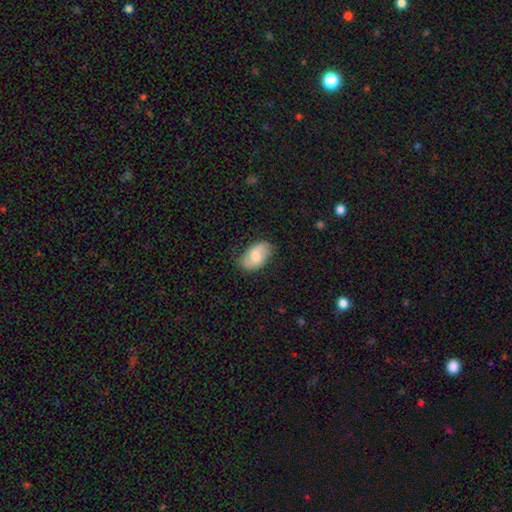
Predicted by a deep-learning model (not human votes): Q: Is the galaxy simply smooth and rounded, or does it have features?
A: smooth — 52%.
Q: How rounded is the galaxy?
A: in between — 91%.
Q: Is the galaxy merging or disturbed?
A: none — 75%.